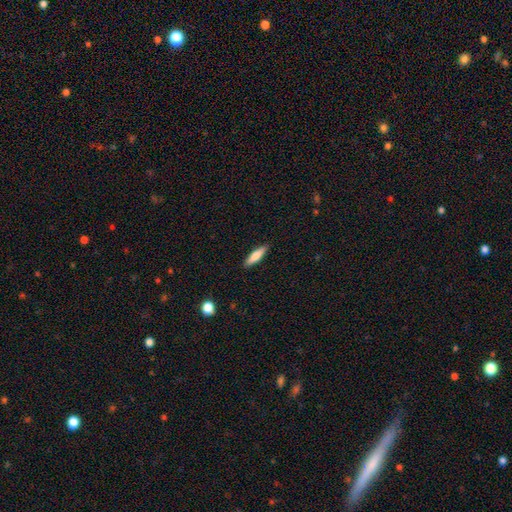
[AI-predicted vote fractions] Smooth or featured: smooth — 70% (featured or disk — 24%)
How rounded: cigar-shaped — 72% (in between — 26%)
Merging: none — 89% (minor disturbance — 8%)